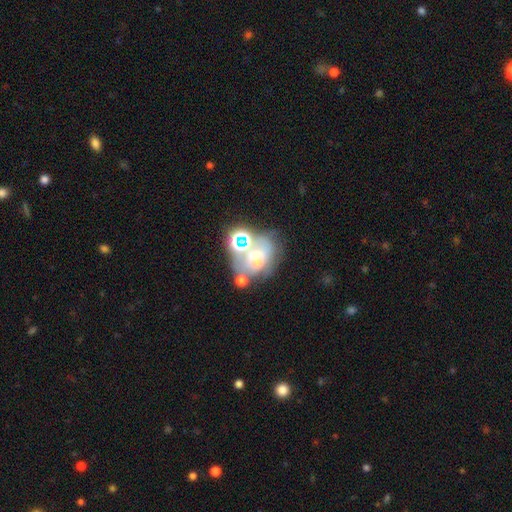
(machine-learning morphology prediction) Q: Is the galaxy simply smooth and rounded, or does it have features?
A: featured or disk — 39%.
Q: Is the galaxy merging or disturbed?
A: merger — 35%.